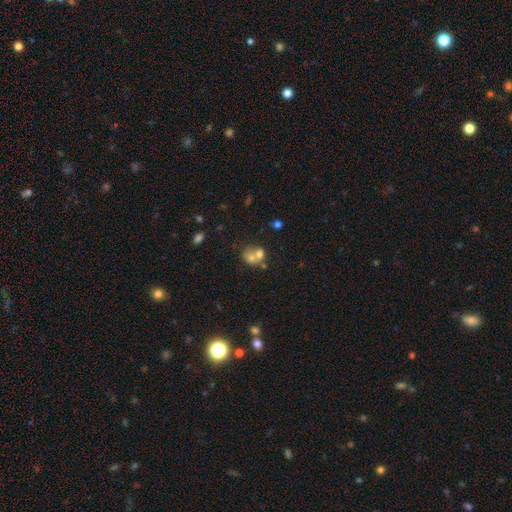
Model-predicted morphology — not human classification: Q: Smooth or featured?
A: smooth (62%); runner-up: featured or disk (25%)
Q: How rounded?
A: round (59%); runner-up: in between (40%)
Q: Merging?
A: merger (62%); runner-up: none (25%)